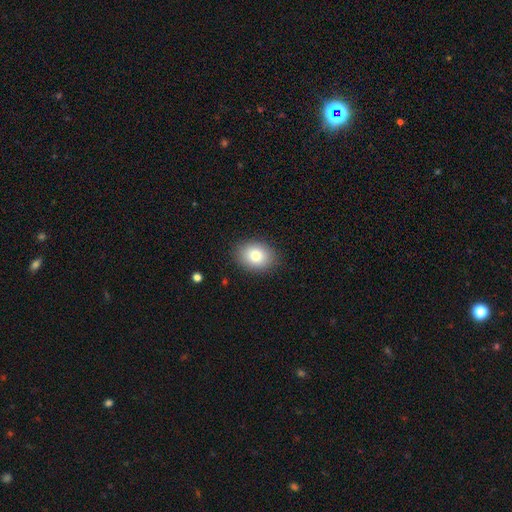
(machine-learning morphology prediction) Smooth or featured: smooth — 81% (featured or disk — 10%)
How rounded: in between — 61% (round — 38%)
Merging: none — 88% (minor disturbance — 9%)